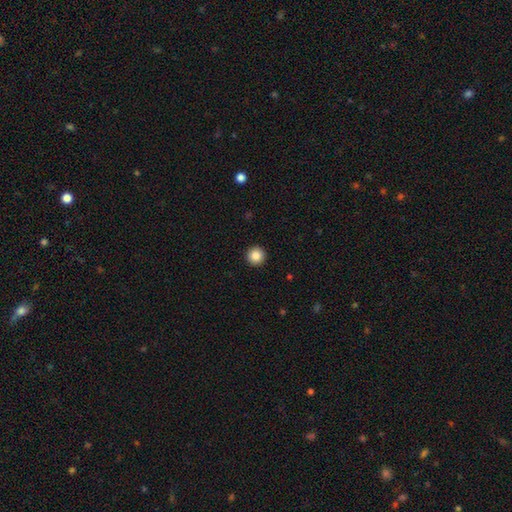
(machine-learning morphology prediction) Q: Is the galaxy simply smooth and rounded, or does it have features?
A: smooth — 86%.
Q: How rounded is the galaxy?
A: round — 96%.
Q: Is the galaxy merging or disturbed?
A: none — 94%.